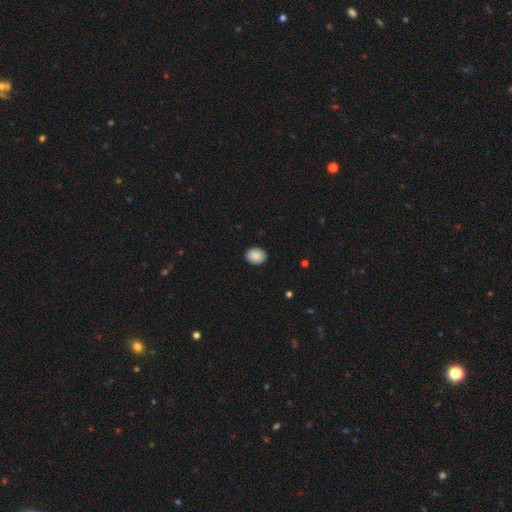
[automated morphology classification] Overall: smooth (90%). How rounded: in between (51%; round 48%). Merging: none (91%).